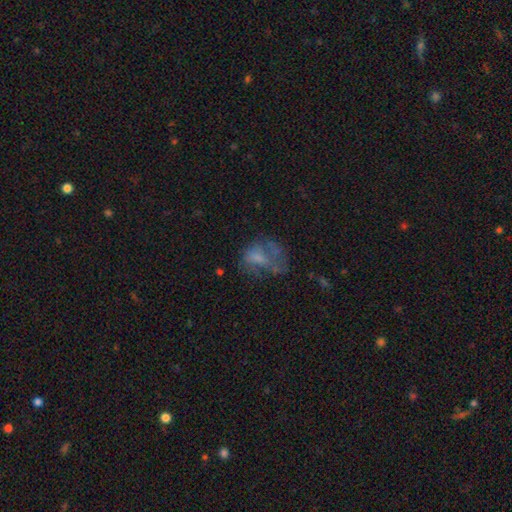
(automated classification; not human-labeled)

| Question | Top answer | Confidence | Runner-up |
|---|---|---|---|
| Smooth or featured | smooth | 43% | featured or disk (39%) |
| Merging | major disturbance | 40% | none (35%) |